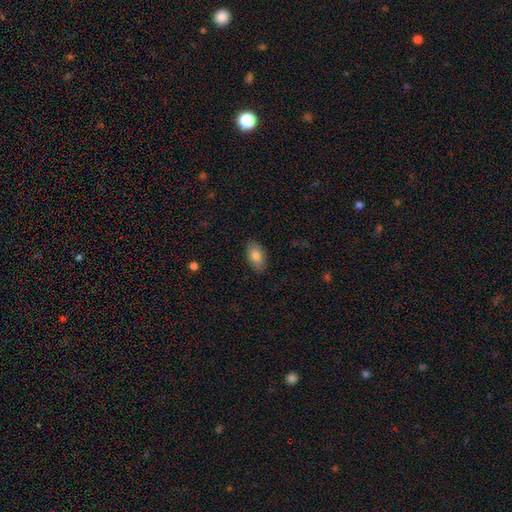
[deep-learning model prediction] Smooth or featured: smooth — 83% (featured or disk — 10%)
How rounded: in between — 93% (round — 5%)
Merging: none — 87% (minor disturbance — 10%)